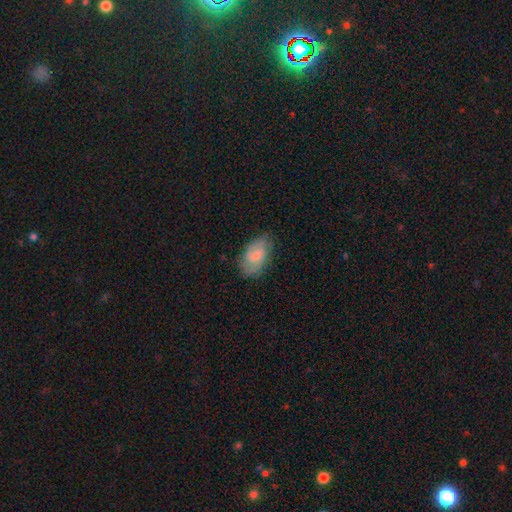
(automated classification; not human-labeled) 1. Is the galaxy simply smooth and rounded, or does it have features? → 68% smooth, 25% featured or disk, 7% star or artifact.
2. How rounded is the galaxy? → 93% in between, 5% round, 2% cigar-shaped.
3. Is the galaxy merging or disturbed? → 71% none, 23% minor disturbance, 6% major disturbance, 1% merger.